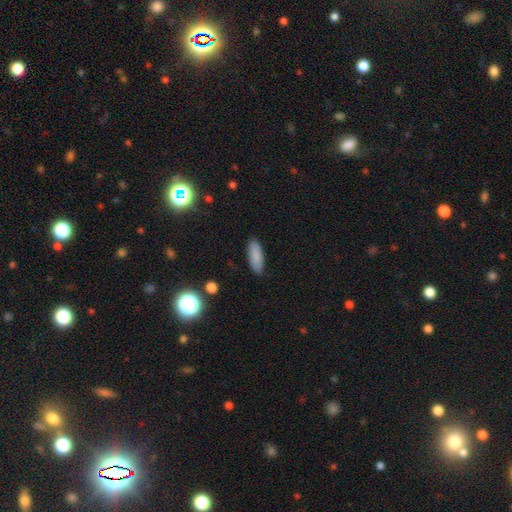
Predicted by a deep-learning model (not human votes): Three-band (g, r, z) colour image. It shows a smooth galaxy with no disk features (86%) that is in between round and cigar-shaped (63%). Merging: none (87%).